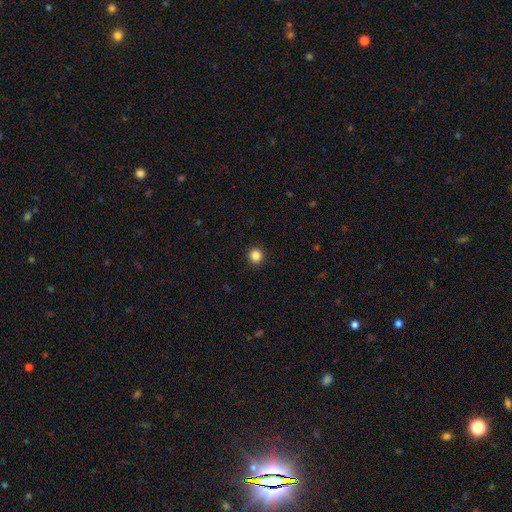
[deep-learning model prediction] A smooth galaxy with no disk features (85%) that is round (95%). Merging: none (93%).